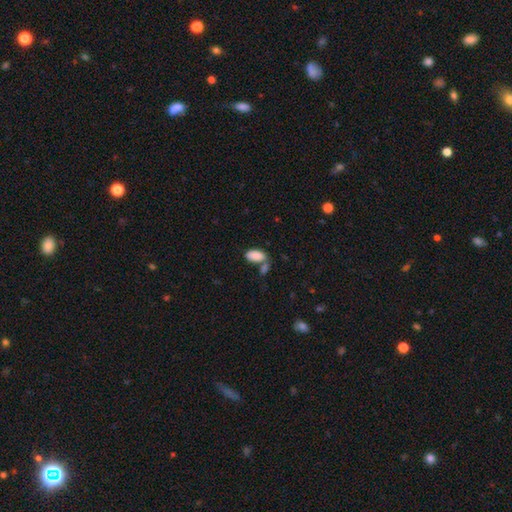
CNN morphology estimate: This appears to be a smooth galaxy with no disk features (88%) that is in between round and cigar-shaped (94%). Merging: none (51%).